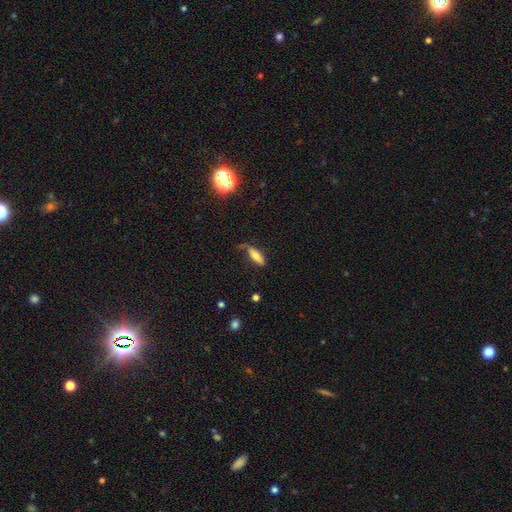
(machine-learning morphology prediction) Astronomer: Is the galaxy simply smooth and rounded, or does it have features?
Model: smooth — 69%.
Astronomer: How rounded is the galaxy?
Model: cigar-shaped — 51% (runner-up: in between, 47%).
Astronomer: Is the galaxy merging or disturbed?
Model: none — 50% (runner-up: minor disturbance, 29%).